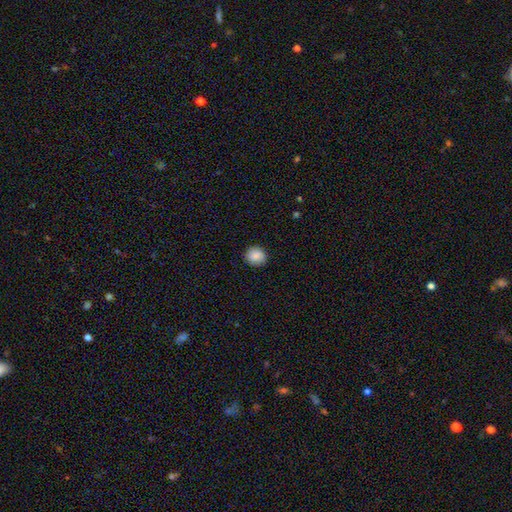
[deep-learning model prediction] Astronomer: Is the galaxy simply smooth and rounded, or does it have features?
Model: smooth — 88%.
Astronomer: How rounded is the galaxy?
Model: round — 87%.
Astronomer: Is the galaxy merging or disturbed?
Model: none — 88%.